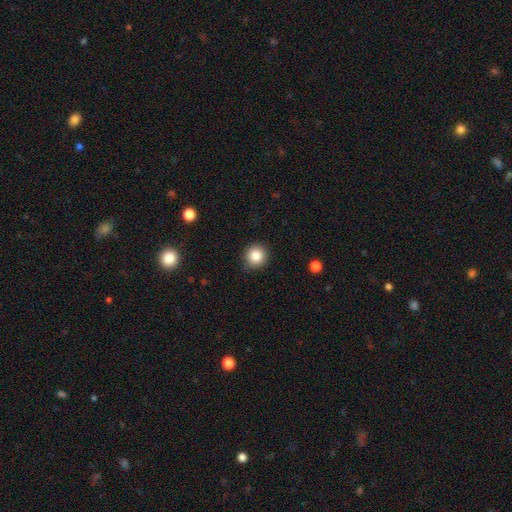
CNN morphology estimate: Smooth or featured: smooth — 85% (star or artifact — 10%)
How rounded: round — 93% (in between — 6%)
Merging: none — 89% (minor disturbance — 8%)